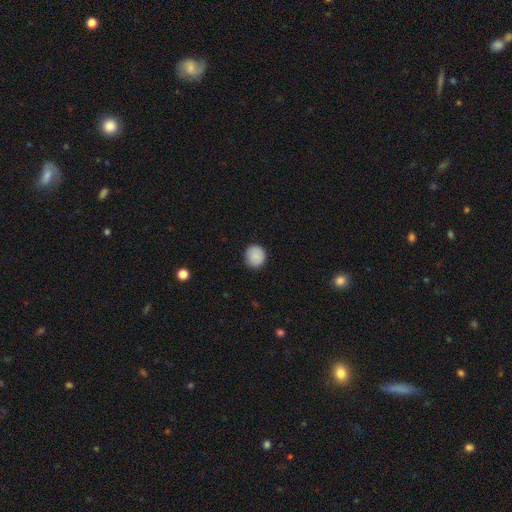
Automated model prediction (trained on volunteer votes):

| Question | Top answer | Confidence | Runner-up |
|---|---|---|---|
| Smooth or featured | smooth | 88% | star or artifact (7%) |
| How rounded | round | 91% | in between (8%) |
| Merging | none | 88% | minor disturbance (9%) |